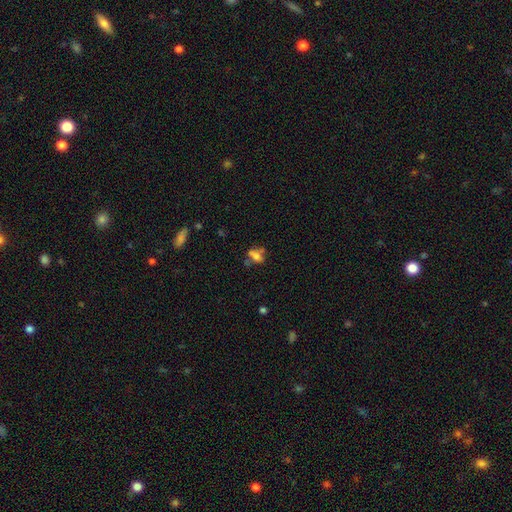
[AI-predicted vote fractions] The model was most divided on "merging": none: 48%, merger: 24%, minor disturbance: 18%, major disturbance: 11%. More confident: how rounded — in between (68%); smooth or featured — smooth (56%).